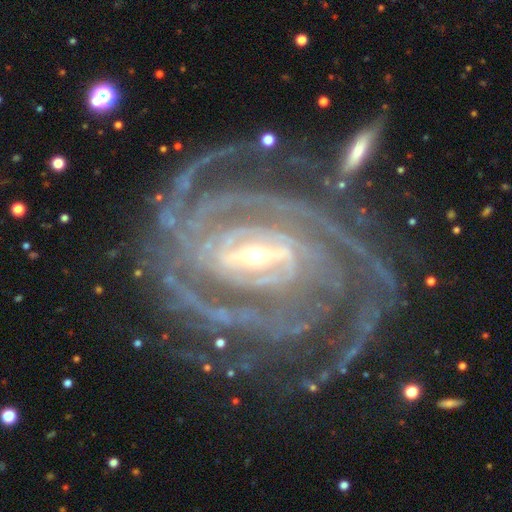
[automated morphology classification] Smooth or featured: featured or disk — 93% (star or artifact — 4%)
Edge-on disk: no — 97% (yes — 3%)
Bar: strong — 66% (weak — 25%)
Spiral arms: yes — 98% (no — 2%)
Spiral winding: tight — 66% (medium — 26%)
Spiral arm count: 2 — 23% (can't tell — 21%)
Bulge size: small — 56% (moderate — 38%)
Merging: none — 66% (minor disturbance — 16%)